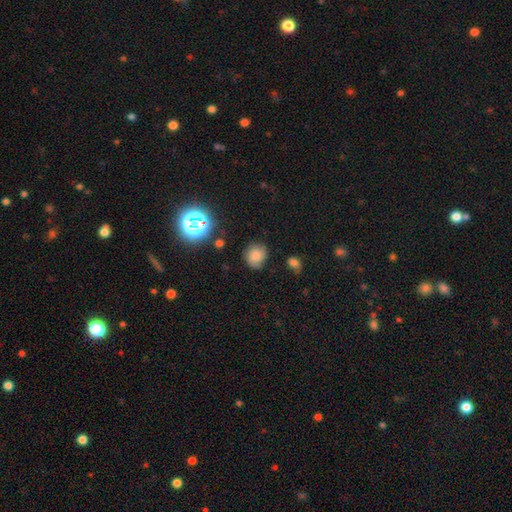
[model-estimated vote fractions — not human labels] smooth_or_featured: smooth (p=0.72) [alt: star or artifact p=0.15]
how_rounded: round (p=0.80) [alt: in between p=0.19]
merging: none (p=0.76) [alt: minor disturbance p=0.17]